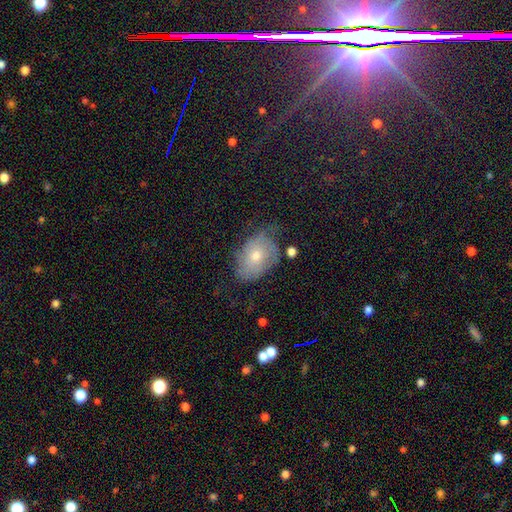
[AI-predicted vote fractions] Smooth or featured? featured or disk (46%)
Merging? none (55%)